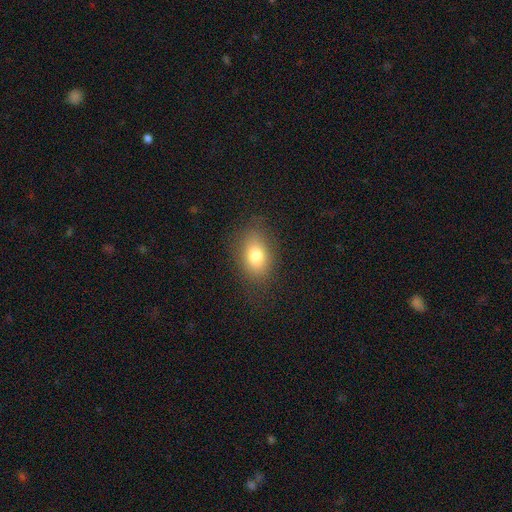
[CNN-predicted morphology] The model was most divided on "how rounded": in between: 79%, round: 20%, cigar-shaped: 2%. More confident: merging — none (80%); smooth or featured — smooth (78%).